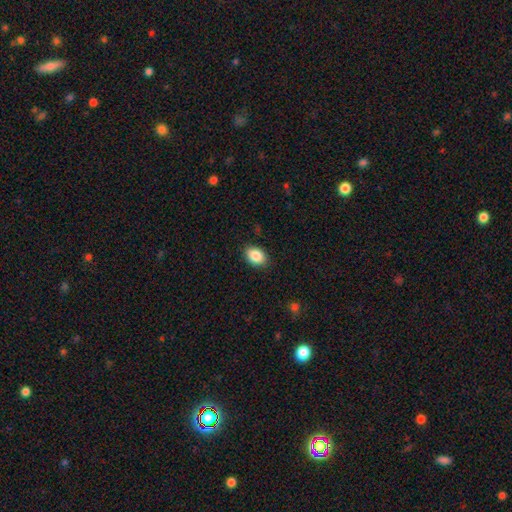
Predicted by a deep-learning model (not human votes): Smooth or featured: smooth — 87% (star or artifact — 8%)
How rounded: in between — 79% (round — 20%)
Merging: none — 88% (minor disturbance — 9%)